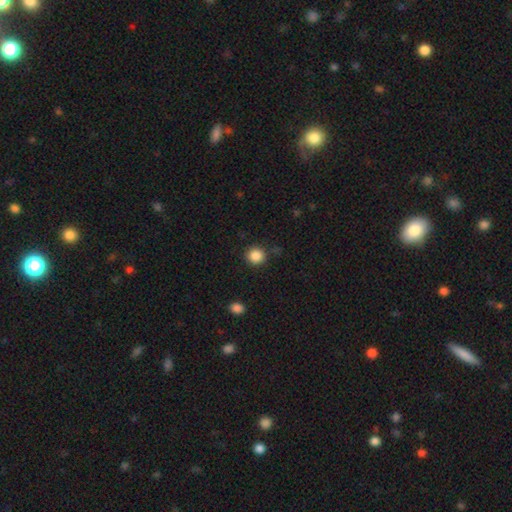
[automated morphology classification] This appears to be a smooth galaxy with no disk features (87%) that is round (92%). Merging: none (88%).